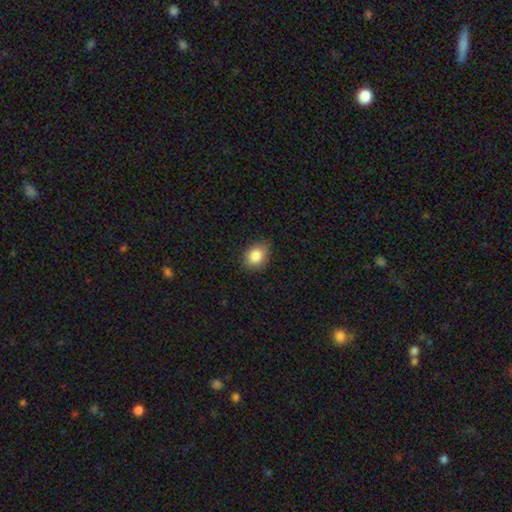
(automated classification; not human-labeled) A smooth galaxy with no disk features (85%) that is round (51%). Merging: none (81%).